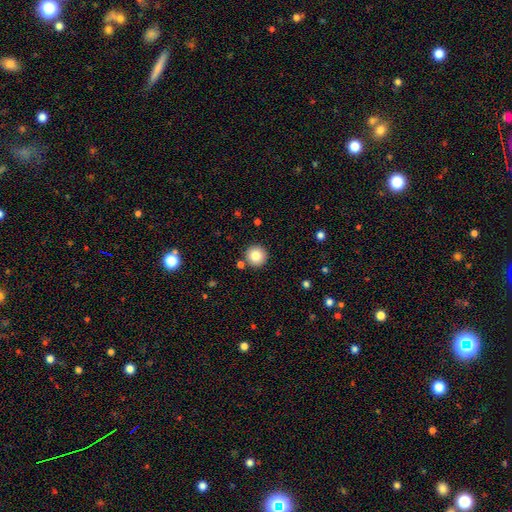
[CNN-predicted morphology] A smooth galaxy with no disk features (82%) that is round (96%). Merging: none (88%).